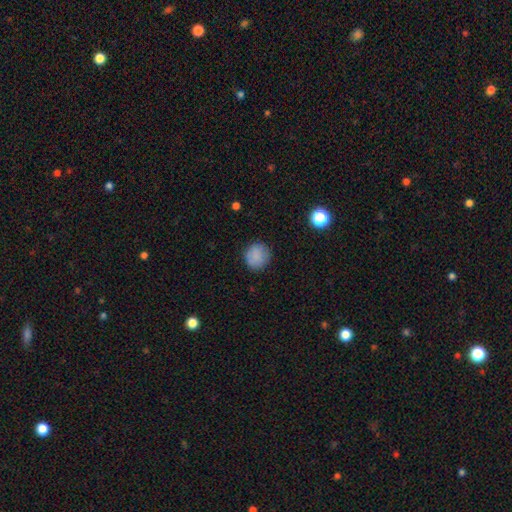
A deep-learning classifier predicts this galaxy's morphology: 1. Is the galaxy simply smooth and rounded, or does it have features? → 84% smooth, 10% star or artifact, 7% featured or disk.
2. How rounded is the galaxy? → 87% round, 12% in between, 1% cigar-shaped.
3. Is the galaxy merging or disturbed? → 83% none, 12% minor disturbance, 3% major disturbance, 1% merger.